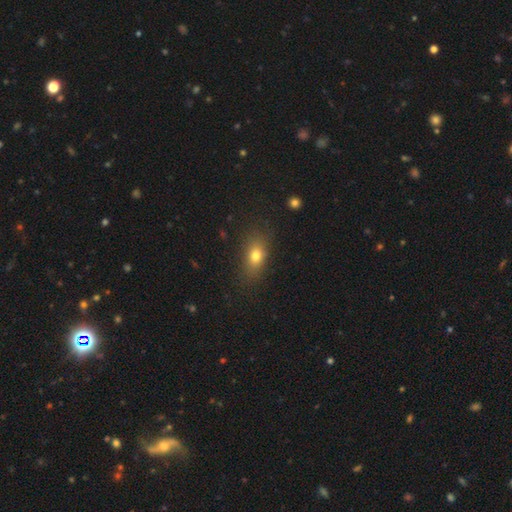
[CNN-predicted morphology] This is likely a smooth galaxy (75%). How rounded: likely in between (73%). Merging: likely none (80%).